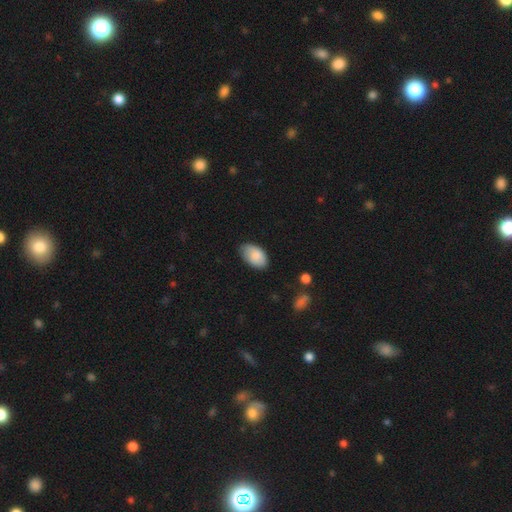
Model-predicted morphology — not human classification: smooth 85%, featured or disk 9%, star or artifact 6%. Down the decision tree: how rounded — in between (94%); merging — none (74%).